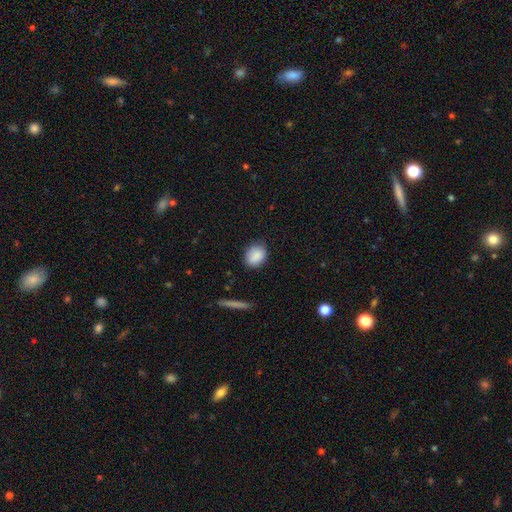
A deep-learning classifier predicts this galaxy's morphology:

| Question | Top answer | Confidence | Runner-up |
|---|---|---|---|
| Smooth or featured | smooth | 88% | star or artifact (7%) |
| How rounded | in between | 50% | round (48%) |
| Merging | none | 81% | minor disturbance (14%) |